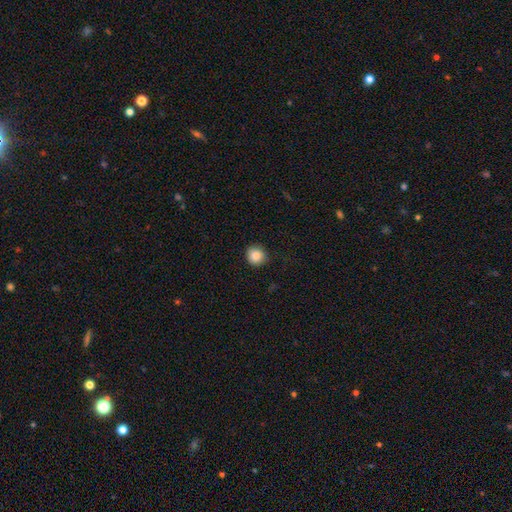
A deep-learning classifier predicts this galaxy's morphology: type=smooth (87%); roundness=round (92%); merging=none (88%).